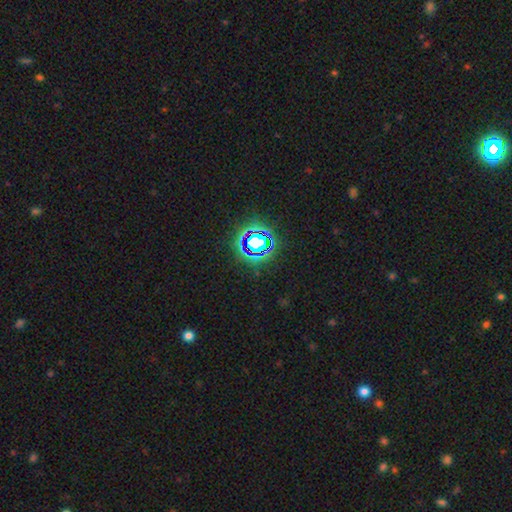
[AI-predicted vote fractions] A star or artifact, not a galaxy (76%).

Vote fractions:
- Smooth or featured? star or artifact: 76% / smooth: 18% / featured or disk: 6%